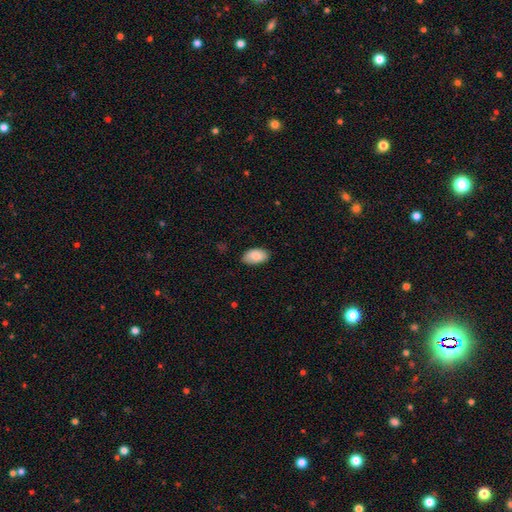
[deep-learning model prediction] Smooth or featured?
  - smooth: 87% *
  - featured or disk: 7%
  - star or artifact: 6%
How rounded?
  - in between: 95% *
  - round: 4%
  - cigar-shaped: 2%
Merging?
  - none: 84% *
  - minor disturbance: 13%
  - major disturbance: 2%
  - merger: 1%